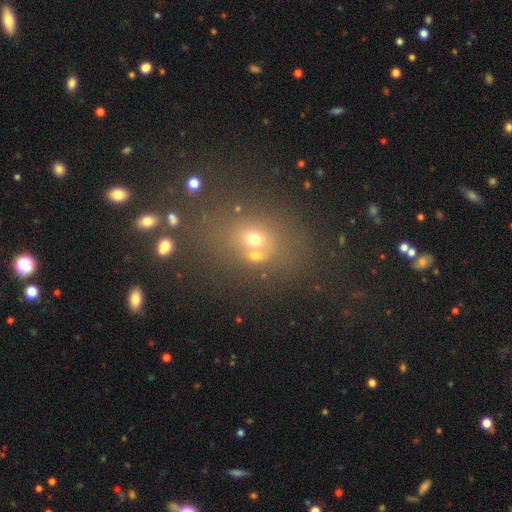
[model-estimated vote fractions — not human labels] Smooth or featured? Predicted: smooth (p=0.60). How rounded? Predicted: round (p=0.53). Merging? Predicted: none (p=0.49).